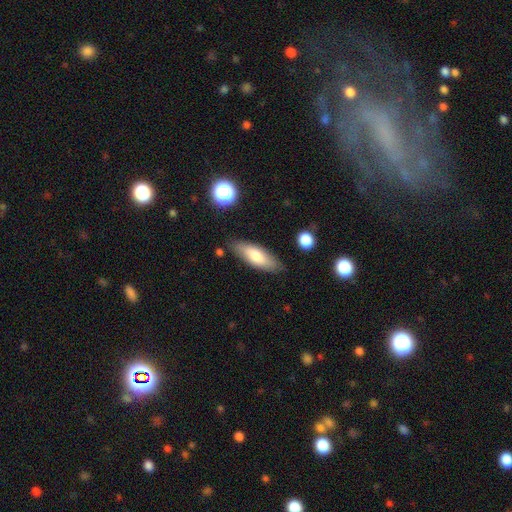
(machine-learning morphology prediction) smooth_or_featured: smooth (p=0.73) [alt: featured or disk p=0.20]
how_rounded: in between (p=0.63) [alt: cigar-shaped p=0.35]
merging: none (p=0.79) [alt: minor disturbance p=0.15]